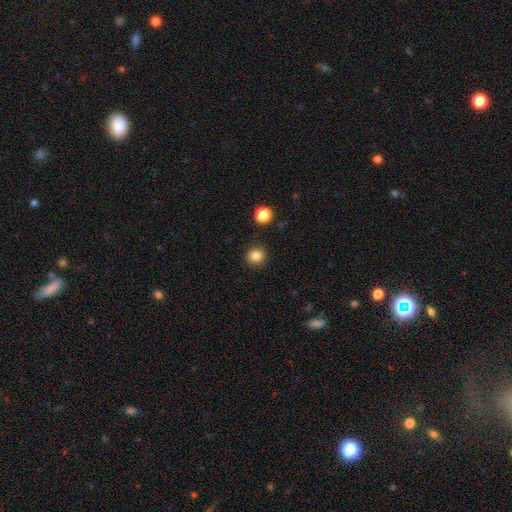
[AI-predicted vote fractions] The model was most divided on "smooth or featured": smooth: 84%, star or artifact: 12%, featured or disk: 4%. More confident: how rounded — round (91%); merging — none (90%).